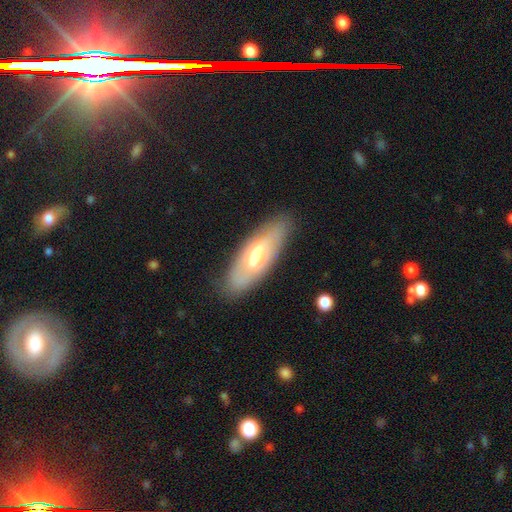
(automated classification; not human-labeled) Q: Smooth or featured?
A: smooth (49%); runner-up: featured or disk (45%)
Q: Merging?
A: none (84%); runner-up: minor disturbance (12%)